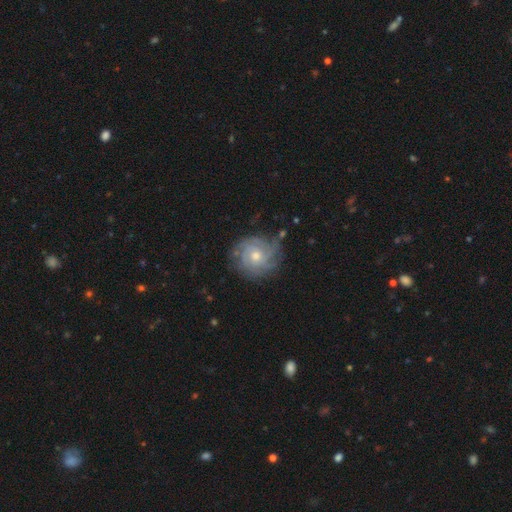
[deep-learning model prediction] A featured or disk galaxy (80%) with no bar (78%), tight (73%) spiral arms (94%) and a moderate central bulge (58%). Merging: none (78%).